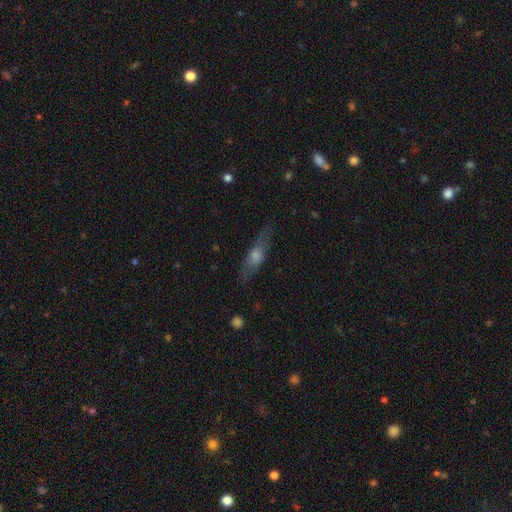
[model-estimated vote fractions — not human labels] Smooth or featured? featured or disk (47%)
Merging? none (78%)